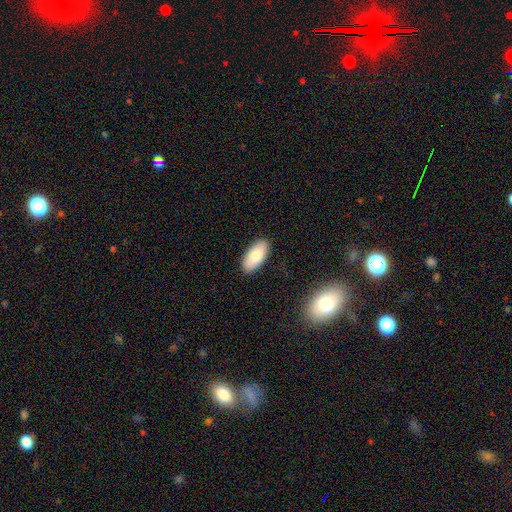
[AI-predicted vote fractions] smooth 82%, featured or disk 12%, star or artifact 6%. Down the decision tree: how rounded — in between (92%); merging — none (89%).